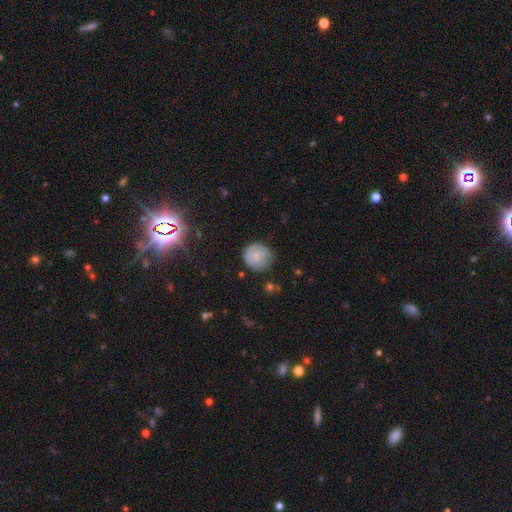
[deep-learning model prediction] Q: Smooth or featured?
A: smooth (69%); runner-up: featured or disk (24%)
Q: How rounded?
A: round (91%); runner-up: in between (8%)
Q: Merging?
A: none (76%); runner-up: minor disturbance (18%)